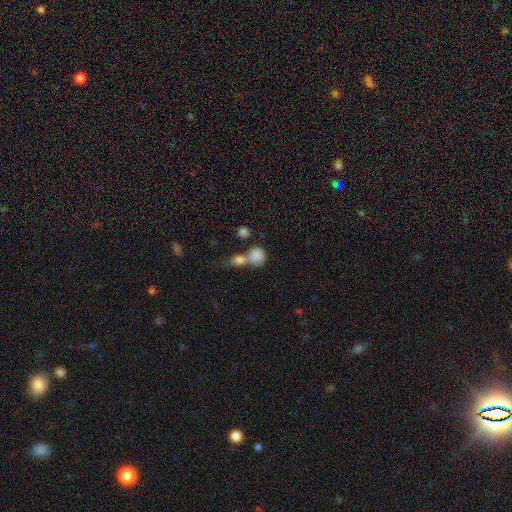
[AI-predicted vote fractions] Smooth or featured? Predicted: smooth (p=0.82). How rounded? Predicted: round (p=0.75). Merging? Predicted: merger (p=0.54).